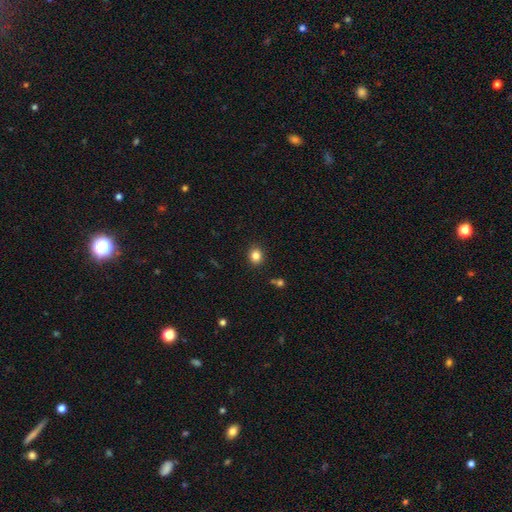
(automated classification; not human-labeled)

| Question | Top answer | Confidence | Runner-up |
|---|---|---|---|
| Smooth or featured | smooth | 84% | star or artifact (11%) |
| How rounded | round | 68% | in between (31%) |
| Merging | none | 89% | minor disturbance (7%) |